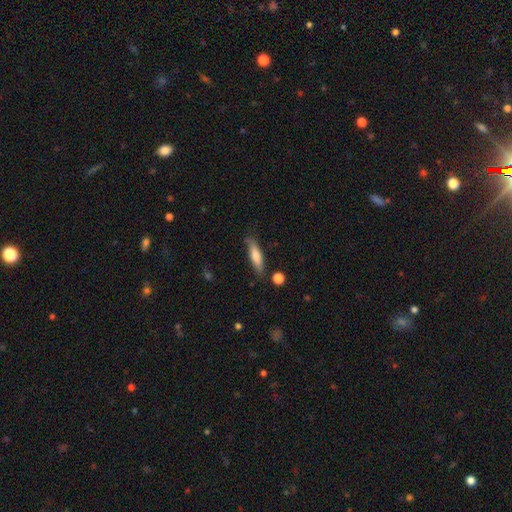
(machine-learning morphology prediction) Smooth or featured? smooth (67%)
How rounded? cigar-shaped (74%)
Merging? none (75%)